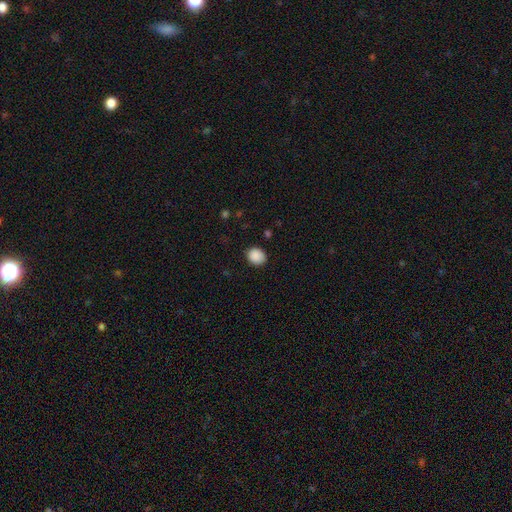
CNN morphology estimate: Q: Smooth or featured?
A: smooth (89%); runner-up: star or artifact (8%)
Q: How rounded?
A: round (60%); runner-up: in between (39%)
Q: Merging?
A: none (86%); runner-up: minor disturbance (11%)